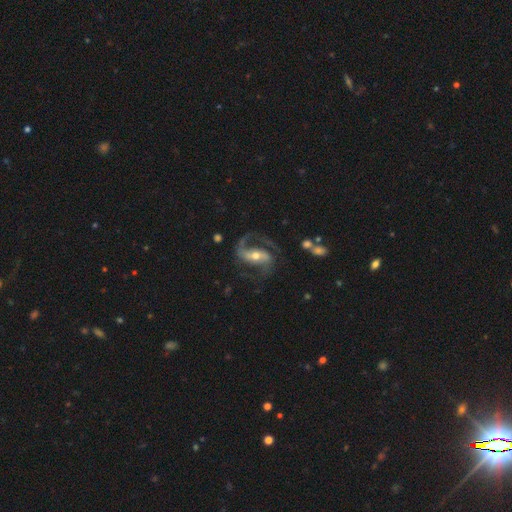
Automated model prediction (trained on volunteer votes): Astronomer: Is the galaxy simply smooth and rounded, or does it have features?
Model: featured or disk — 89%.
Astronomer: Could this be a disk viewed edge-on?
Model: no — 96%.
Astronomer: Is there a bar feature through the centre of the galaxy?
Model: strong — 51% (runner-up: weak, 31%).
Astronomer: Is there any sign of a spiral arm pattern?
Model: yes — 96%.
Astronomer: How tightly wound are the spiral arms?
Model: medium — 53% (runner-up: loose, 34%).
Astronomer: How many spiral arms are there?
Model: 2 — 88%.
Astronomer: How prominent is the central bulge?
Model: moderate — 59% (runner-up: small, 34%).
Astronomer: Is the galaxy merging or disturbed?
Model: none — 68%.